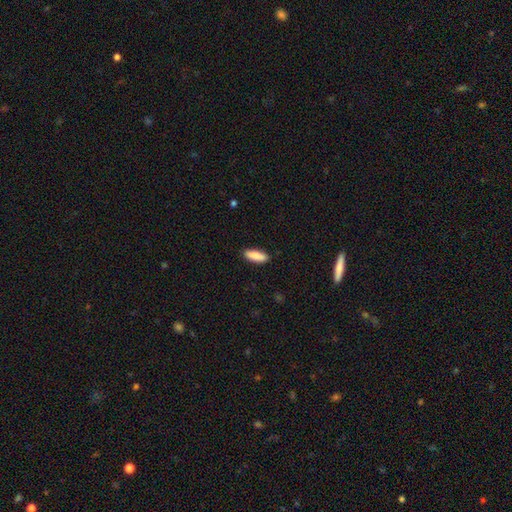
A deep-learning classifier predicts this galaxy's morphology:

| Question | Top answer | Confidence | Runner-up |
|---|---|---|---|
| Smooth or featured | smooth | 89% | star or artifact (6%) |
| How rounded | in between | 67% | cigar-shaped (31%) |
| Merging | none | 88% | minor disturbance (9%) |